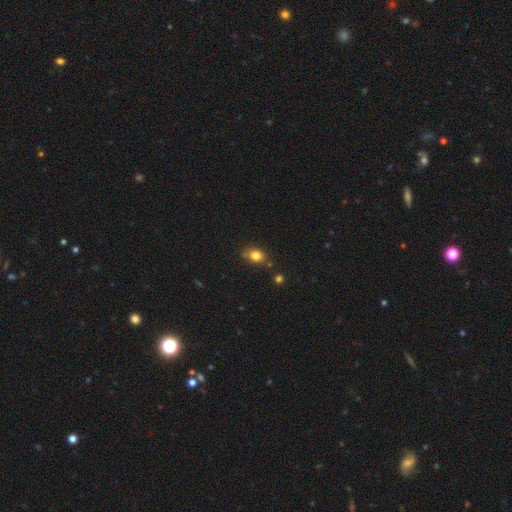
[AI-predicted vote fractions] Smooth or featured? Predicted: smooth (p=0.81). How rounded? Predicted: in between (p=0.57). Merging? Predicted: none (p=0.72).